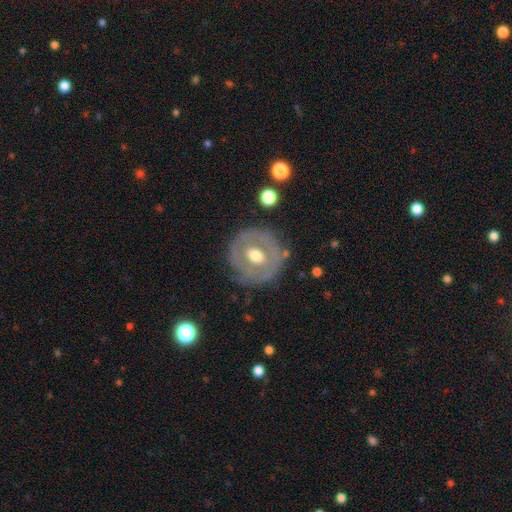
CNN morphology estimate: A featured or disk galaxy (58%) with no bar (69%), no spiral arms (80%) and a moderate central bulge (73%). Merging: none (74%).